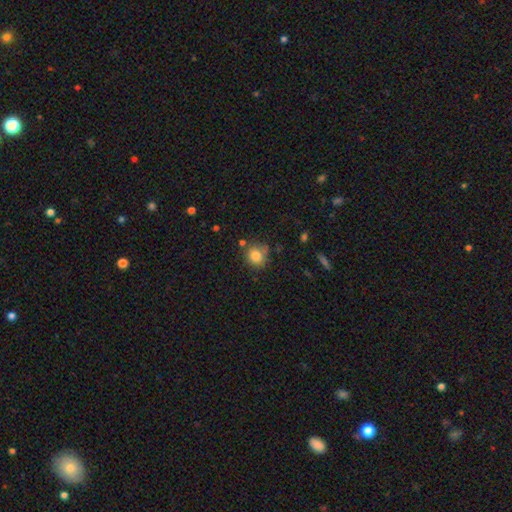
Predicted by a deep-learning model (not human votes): Smooth or featured: smooth — 83% (star or artifact — 10%)
How rounded: round — 84% (in between — 15%)
Merging: none — 69% (minor disturbance — 18%)